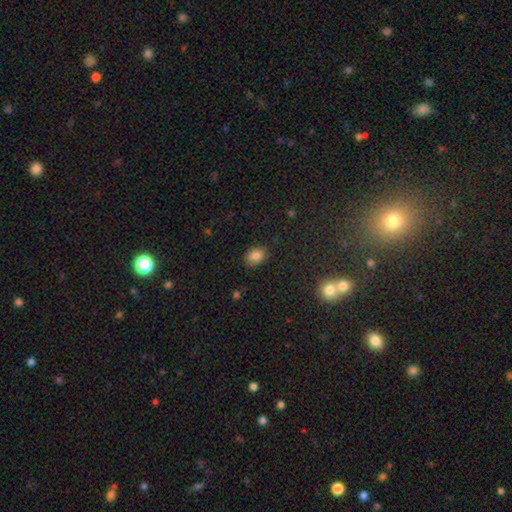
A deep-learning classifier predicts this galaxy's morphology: Q: Smooth or featured?
A: smooth (84%); runner-up: star or artifact (11%)
Q: How rounded?
A: in between (71%); runner-up: round (28%)
Q: Merging?
A: none (85%); runner-up: minor disturbance (11%)